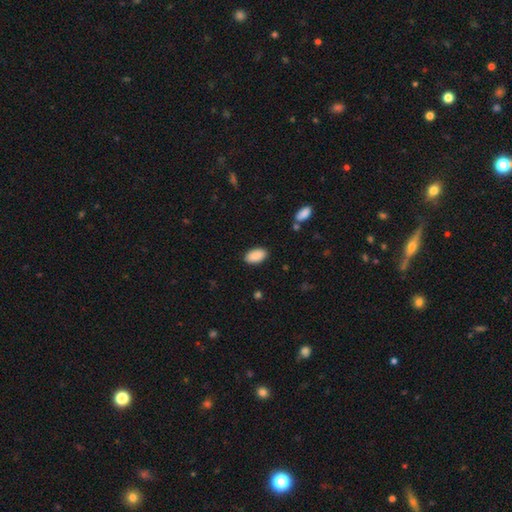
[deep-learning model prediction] The model was most divided on "merging": none: 88%, minor disturbance: 9%, major disturbance: 2%, merger: 1%. More confident: how rounded — in between (94%); smooth or featured — smooth (90%).